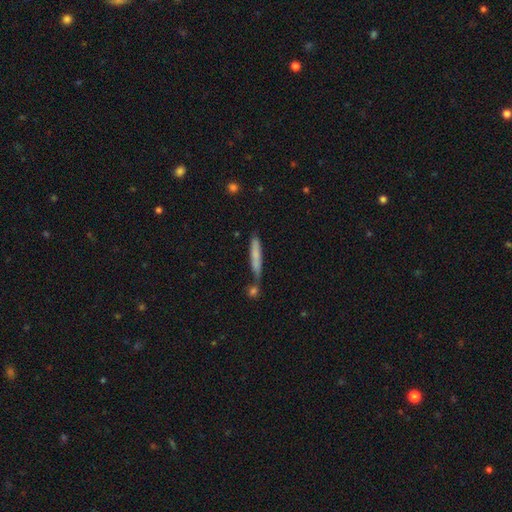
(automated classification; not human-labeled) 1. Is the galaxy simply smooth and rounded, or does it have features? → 69% smooth, 24% featured or disk, 7% star or artifact.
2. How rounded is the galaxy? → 91% cigar-shaped, 7% in between, 2% round.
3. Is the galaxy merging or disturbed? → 61% none, 18% merger, 17% minor disturbance, 5% major disturbance.